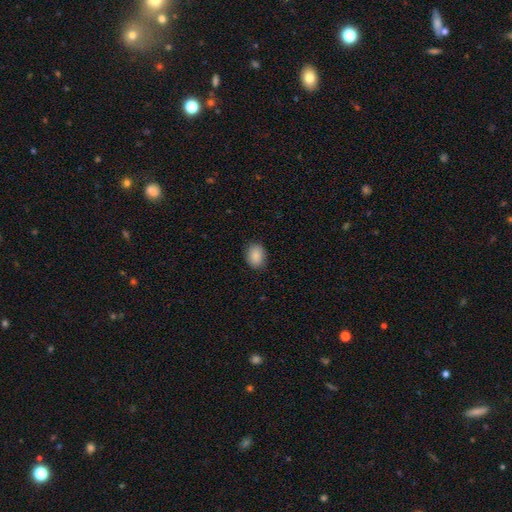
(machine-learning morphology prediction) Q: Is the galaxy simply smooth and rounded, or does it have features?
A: smooth — 88%.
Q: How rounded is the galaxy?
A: in between — 61%.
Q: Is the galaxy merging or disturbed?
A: none — 85%.